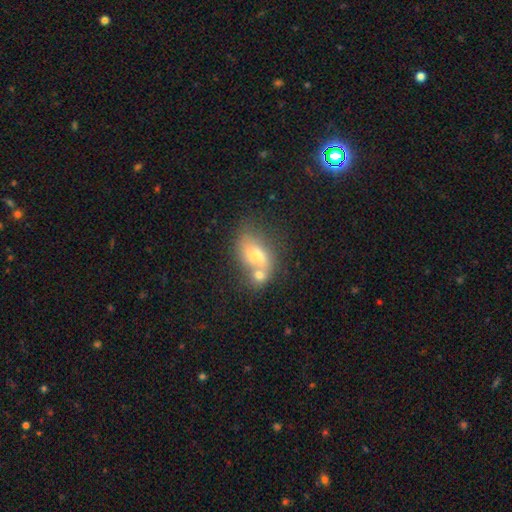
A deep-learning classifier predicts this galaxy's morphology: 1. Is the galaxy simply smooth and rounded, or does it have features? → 60% smooth, 31% featured or disk, 10% star or artifact.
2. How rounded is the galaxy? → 76% in between, 21% round, 3% cigar-shaped.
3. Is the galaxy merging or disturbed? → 56% merger, 24% none, 12% minor disturbance, 8% major disturbance.